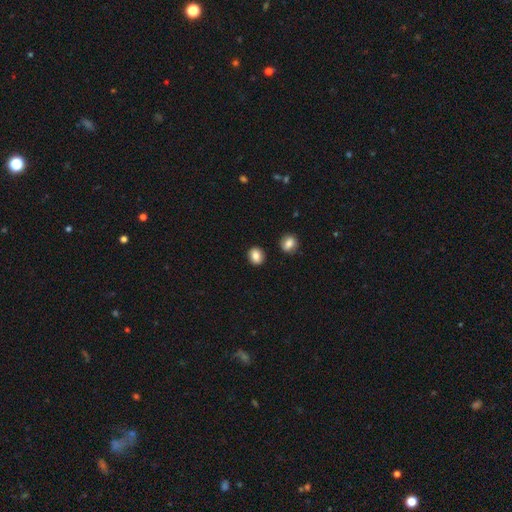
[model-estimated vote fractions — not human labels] Smooth or featured? Predicted: smooth (p=0.85). How rounded? Predicted: round (p=0.63). Merging? Predicted: none (p=0.88).